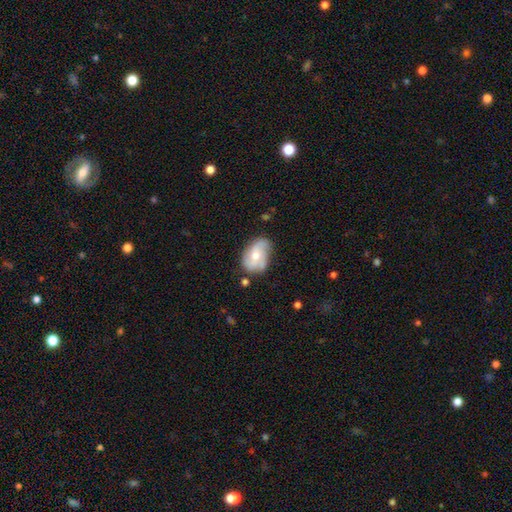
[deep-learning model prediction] This is possibly a featured or disk galaxy (51%). It is clearly not viewed edge-on (96%). Merging: possibly none (55%).